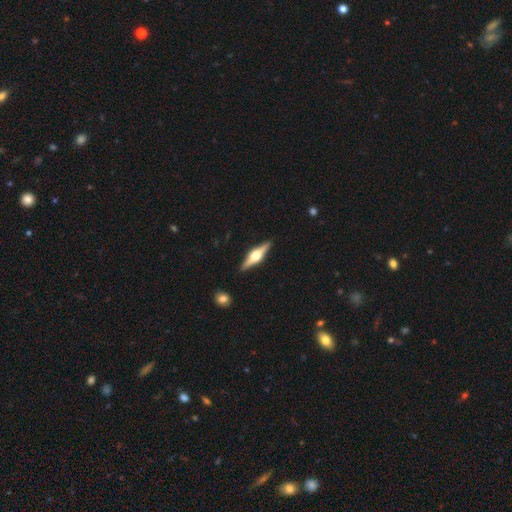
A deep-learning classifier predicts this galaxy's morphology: This is likely a featured or disk galaxy (76%). It is clearly viewed edge-on (98%). Edge-on bulge: clearly rounded (94%). Merging: clearly none (90%).